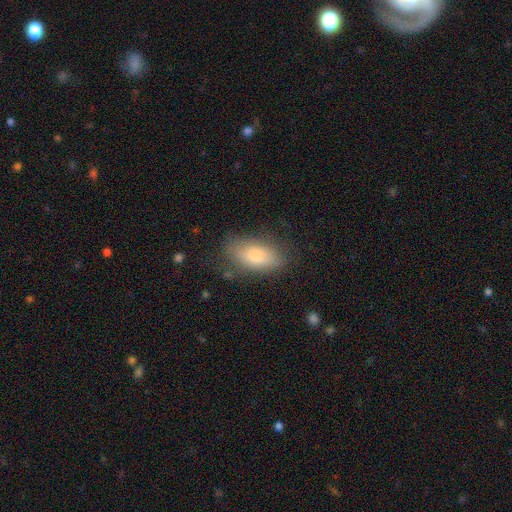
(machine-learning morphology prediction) type=smooth (79%); roundness=in between (90%); merging=none (74%).